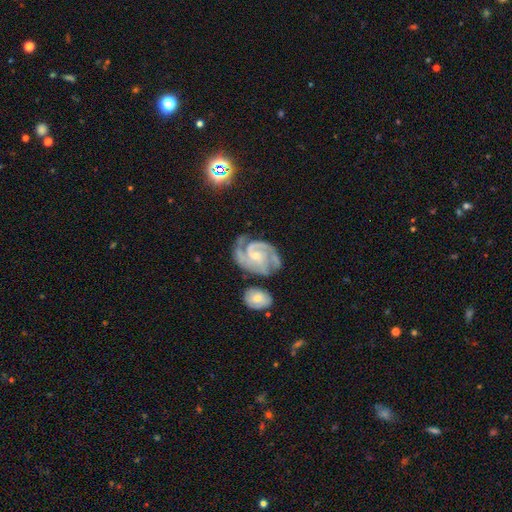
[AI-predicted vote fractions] A featured or disk galaxy (91%) with no bar (55%), 2 (56%) tight (51%) spiral arms (98%) and a small central bulge (69%). Merging: none (59%).